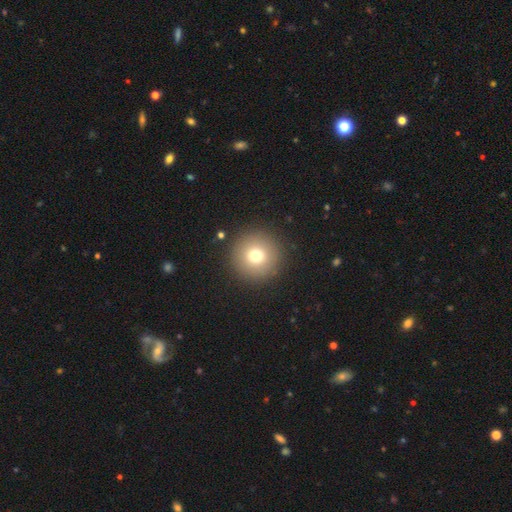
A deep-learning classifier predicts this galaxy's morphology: smooth-or-featured: smooth: 74% | star or artifact: 14% | featured or disk: 13%
  how-rounded: round: 96% | in between: 3% | cigar-shaped: 1%
  merging: none: 91% | minor disturbance: 5% | major disturbance: 3% | merger: 1%